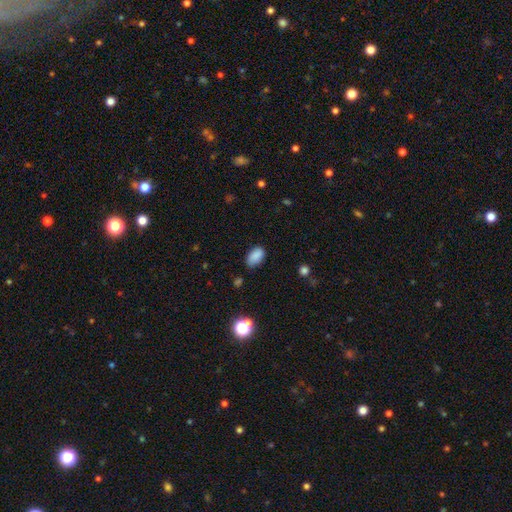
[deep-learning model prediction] Smooth or featured? Predicted: smooth (p=0.86). How rounded? Predicted: in between (p=0.91). Merging? Predicted: none (p=0.72).